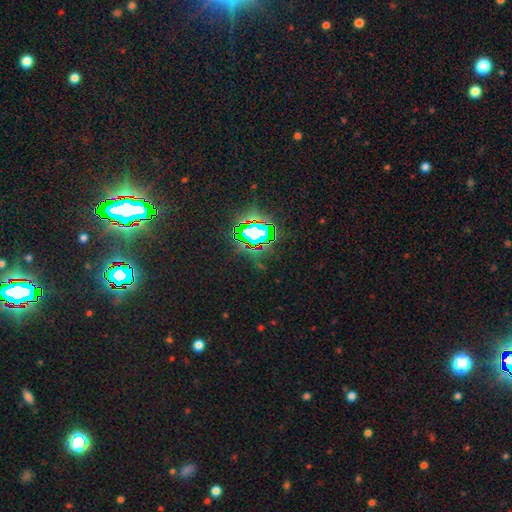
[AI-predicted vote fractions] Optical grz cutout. It shows a star or artifact, not a galaxy (83%).